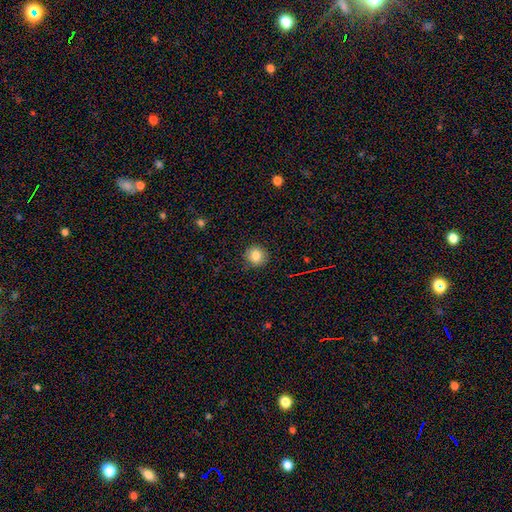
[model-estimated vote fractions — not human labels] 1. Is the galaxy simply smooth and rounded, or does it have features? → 83% smooth, 11% star or artifact, 7% featured or disk.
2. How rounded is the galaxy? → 89% round, 10% in between, 1% cigar-shaped.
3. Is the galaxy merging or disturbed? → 88% none, 9% minor disturbance, 2% major disturbance, 1% merger.